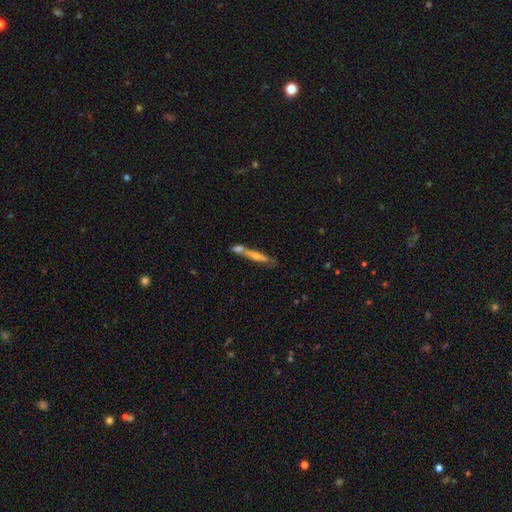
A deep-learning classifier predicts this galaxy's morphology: Smooth or featured?
  - featured or disk: 62% *
  - smooth: 28%
  - star or artifact: 11%
Edge-on disk?
  - yes: 89% *
  - no: 11%
Edge-on bulge?
  - rounded: 72% *
  - none: 20%
  - boxy: 8%
Merging?
  - none: 60% *
  - merger: 23%
  - minor disturbance: 12%
  - major disturbance: 5%